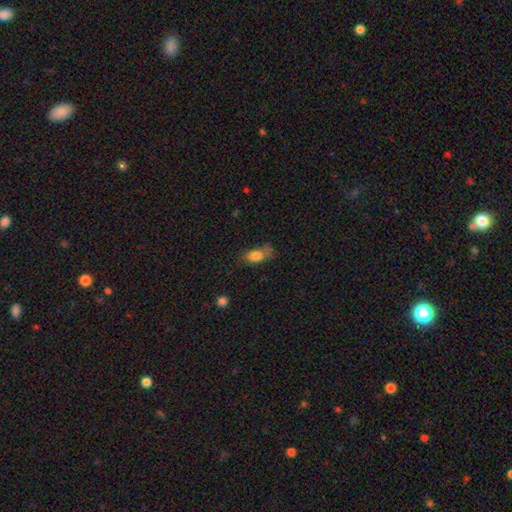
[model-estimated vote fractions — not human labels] smooth-or-featured: smooth: 78% | featured or disk: 13% | star or artifact: 9%
  how-rounded: in between: 83% | round: 11% | cigar-shaped: 6%
  merging: none: 46% | minor disturbance: 31% | major disturbance: 17% | merger: 7%